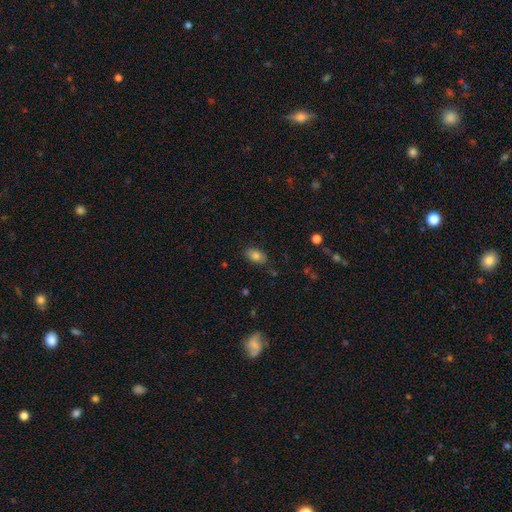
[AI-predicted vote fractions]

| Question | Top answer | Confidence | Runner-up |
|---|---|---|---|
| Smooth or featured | smooth | 81% | star or artifact (10%) |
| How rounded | in between | 89% | round (9%) |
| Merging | none | 79% | minor disturbance (16%) |